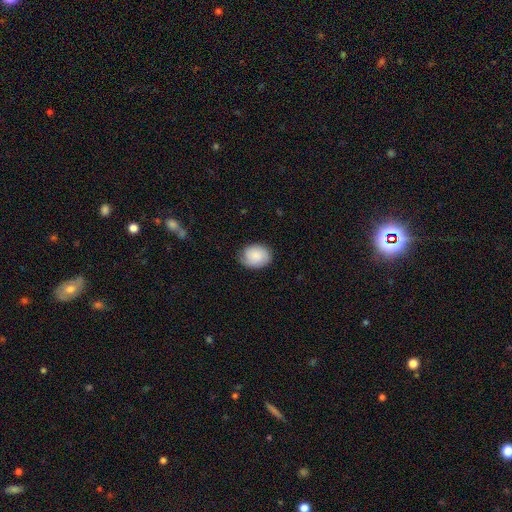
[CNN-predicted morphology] This is likely a smooth galaxy (78%). How rounded: possibly in between (56%). Merging: likely none (70%).